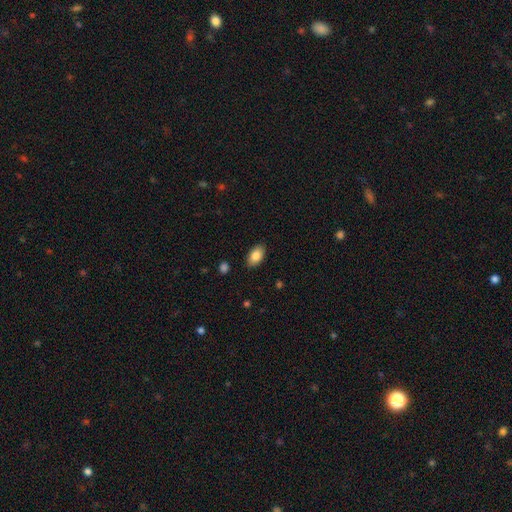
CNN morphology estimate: Smooth or featured: smooth — 85% (featured or disk — 8%)
How rounded: in between — 92% (round — 6%)
Merging: none — 87% (minor disturbance — 10%)